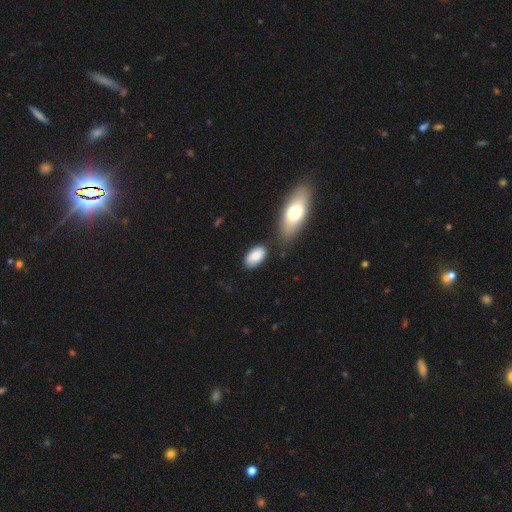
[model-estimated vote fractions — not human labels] This appears to be a smooth galaxy with no disk features (85%) that is in between round and cigar-shaped (93%). Merging: none (72%).